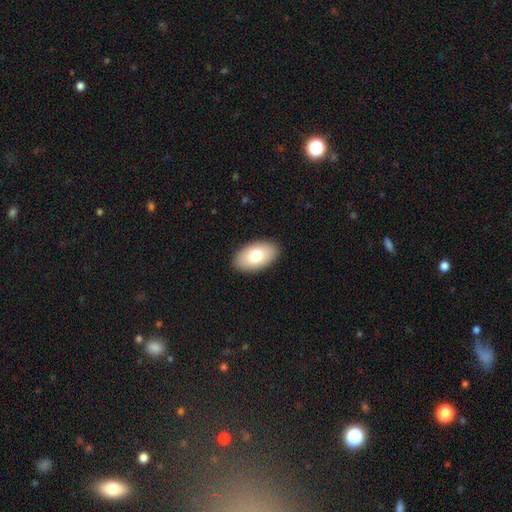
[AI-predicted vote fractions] The model was most divided on "smooth or featured": smooth: 76%, featured or disk: 18%, star or artifact: 6%. More confident: how rounded — in between (95%); merging — none (89%).